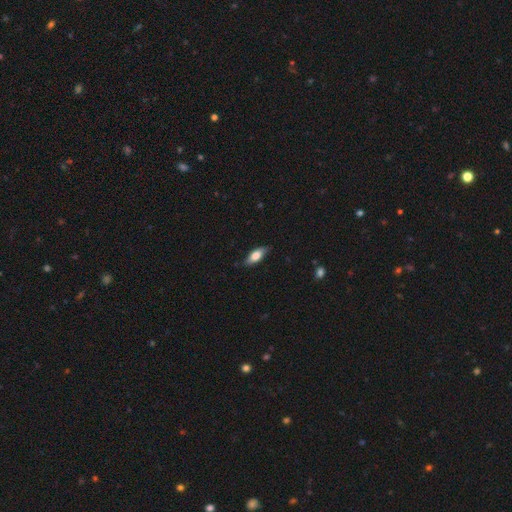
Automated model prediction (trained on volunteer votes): Overall: smooth (68%). How rounded: in between (75%). Merging: none (79%).